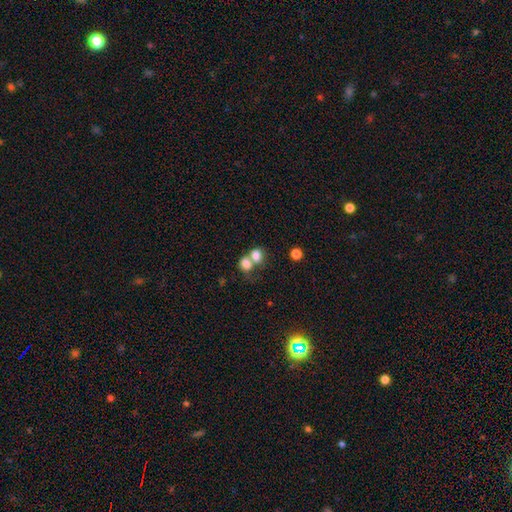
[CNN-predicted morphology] This appears to be a smooth galaxy with no disk features (77%) that is in between round and cigar-shaped (55%). Merging: merger (64%).